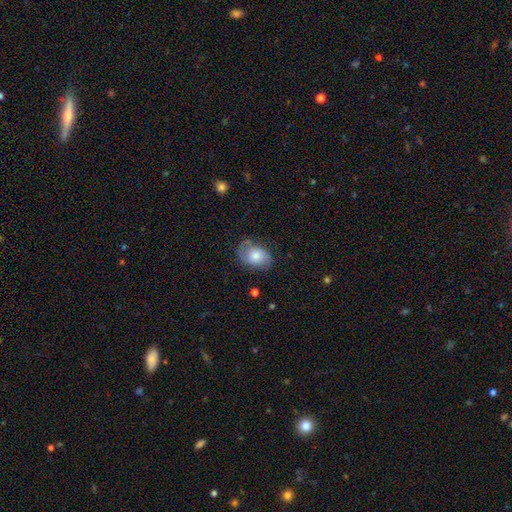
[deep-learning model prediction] This appears to be a smooth galaxy with no disk features (57%) that is in between round and cigar-shaped (76%). Merging: none (64%).